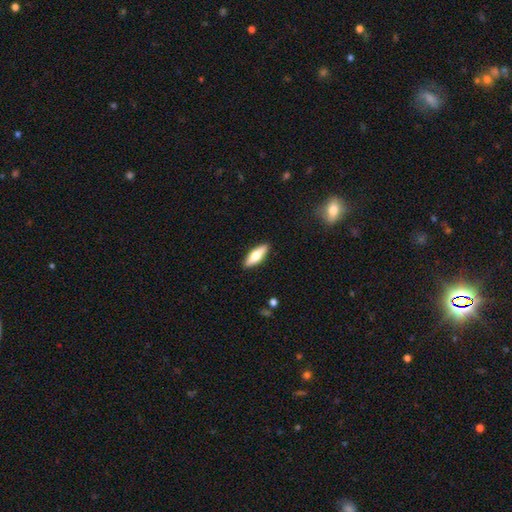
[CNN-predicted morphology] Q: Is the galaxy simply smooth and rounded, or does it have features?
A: smooth — 61%.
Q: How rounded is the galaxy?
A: in between — 54%.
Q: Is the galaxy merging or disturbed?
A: none — 90%.